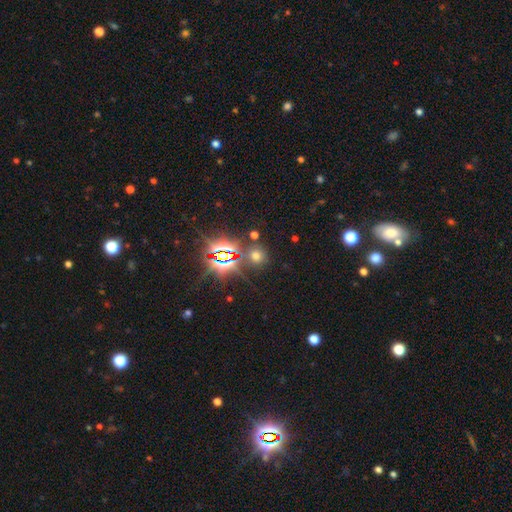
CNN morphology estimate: Smooth or featured? smooth (50%)
Merging? none (79%)